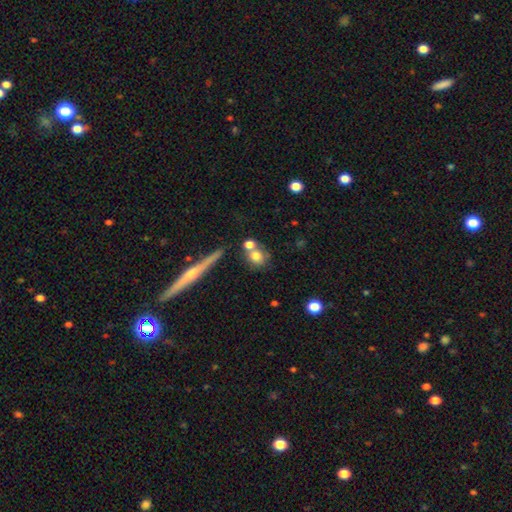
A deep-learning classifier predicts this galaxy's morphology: Smooth or featured: smooth — 74% (featured or disk — 16%)
How rounded: round — 72% (in between — 23%)
Merging: none — 52% (merger — 32%)